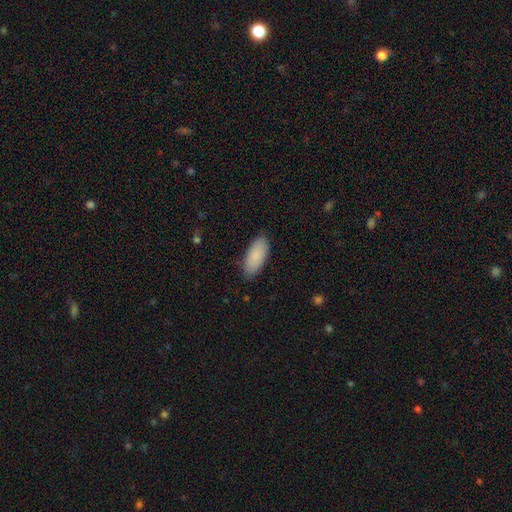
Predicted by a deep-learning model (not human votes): The model was most divided on "how rounded": in between: 86%, cigar-shaped: 13%, round: 2%. More confident: smooth or featured — smooth (87%); merging — none (86%).